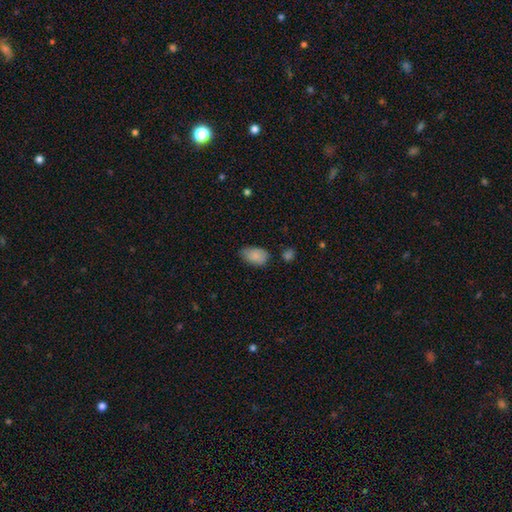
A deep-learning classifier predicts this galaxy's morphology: Smooth or featured: smooth — 85% (star or artifact — 8%)
How rounded: in between — 90% (round — 9%)
Merging: none — 62% (minor disturbance — 30%)